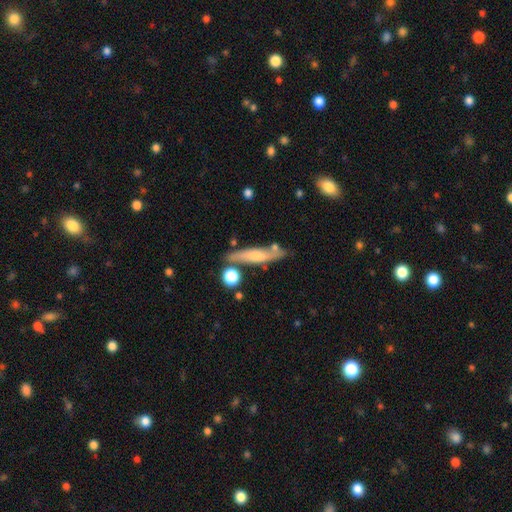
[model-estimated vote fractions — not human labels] smooth-or-featured: smooth: 50% | featured or disk: 43% | star or artifact: 7%
  how-rounded: cigar-shaped: 82% | in between: 15% | round: 3%
  merging: none: 71% | minor disturbance: 16% | merger: 9% | major disturbance: 4%